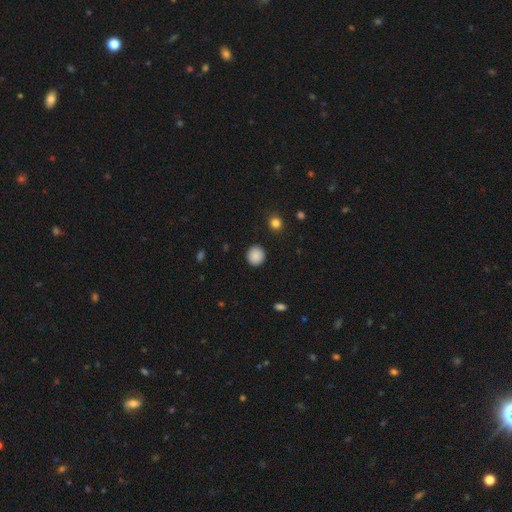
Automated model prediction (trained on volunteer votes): A smooth galaxy with no disk features (88%) that is round (90%). Merging: none (91%).